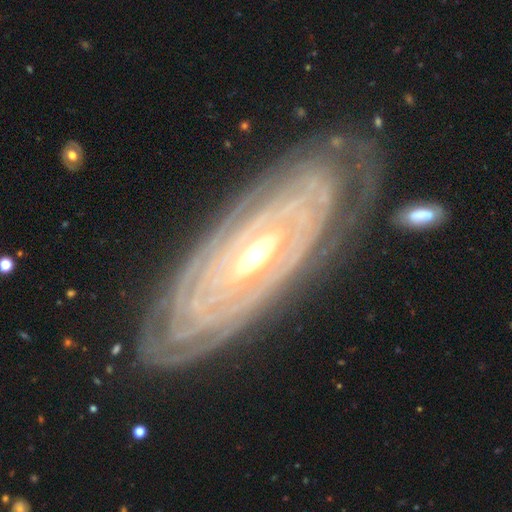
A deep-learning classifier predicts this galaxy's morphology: smooth_or_featured: featured or disk (p=0.89) [alt: smooth p=0.06]
disk_edge_on: no (p=0.89) [alt: yes p=0.11]
bar: no (p=0.46) [alt: weak p=0.32]
has_spiral_arms: yes (p=0.94) [alt: no p=0.06]
spiral_winding: tight (p=0.88) [alt: medium p=0.10]
spiral_arm_count: can't tell (p=0.42) [alt: 2 p=0.15]
bulge_size: moderate (p=0.51) [alt: small p=0.45]
merging: none (p=0.82) [alt: minor disturbance p=0.12]